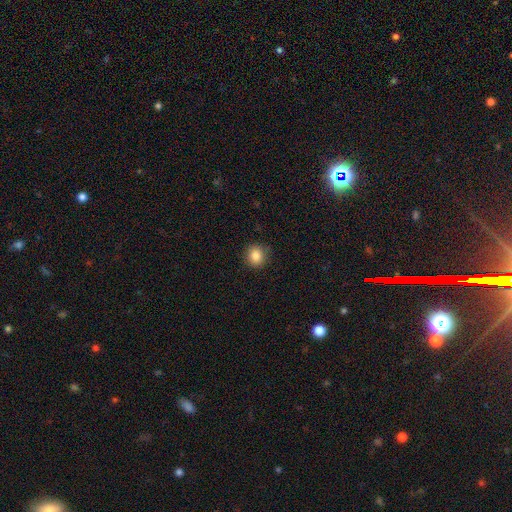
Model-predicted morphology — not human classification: smooth 86%, star or artifact 10%, featured or disk 4%. Down the decision tree: how rounded — round (83%); merging — none (88%).